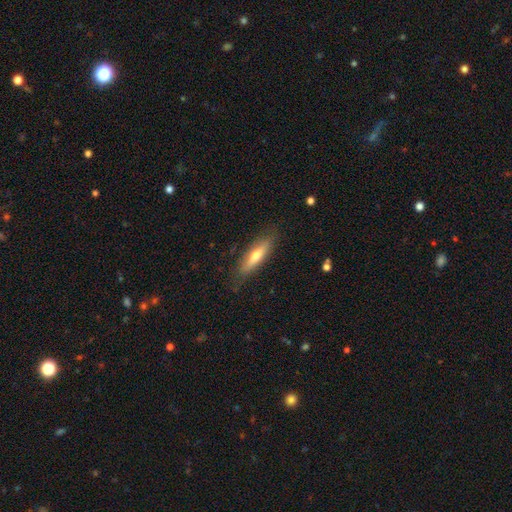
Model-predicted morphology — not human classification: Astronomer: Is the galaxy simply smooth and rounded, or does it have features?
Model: smooth — 60%.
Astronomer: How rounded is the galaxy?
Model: cigar-shaped — 67%.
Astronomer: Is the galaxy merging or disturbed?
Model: none — 83%.